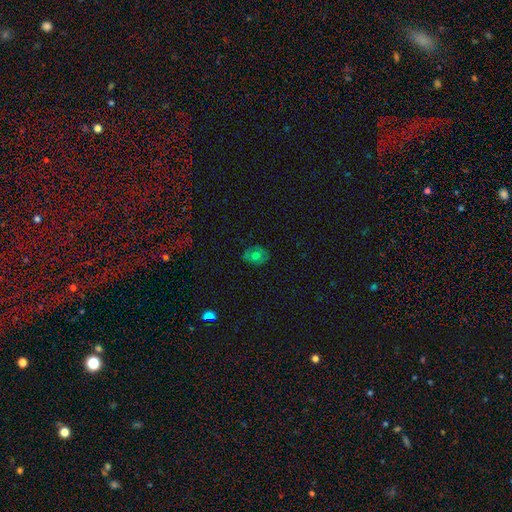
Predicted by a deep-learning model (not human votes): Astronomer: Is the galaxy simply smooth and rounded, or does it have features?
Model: smooth — 62%.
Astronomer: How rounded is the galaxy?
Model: in between — 52% (runner-up: round, 47%).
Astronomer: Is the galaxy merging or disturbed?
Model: none — 80%.